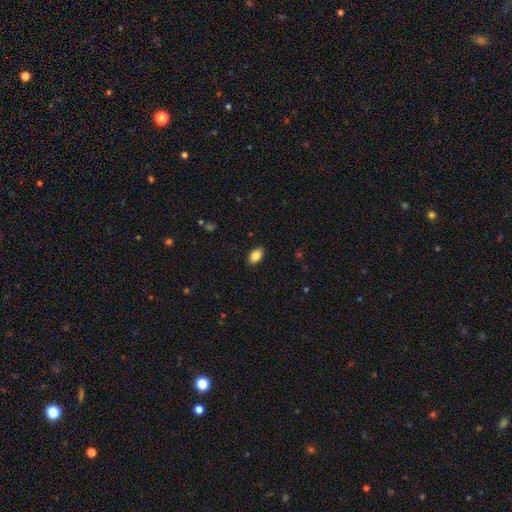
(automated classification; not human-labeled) A smooth galaxy with no disk features (85%) that is in between round and cigar-shaped (92%).

Vote fractions:
- Smooth or featured? smooth: 85% / featured or disk: 8% / star or artifact: 8%
- How rounded? in between: 92% / round: 7% / cigar-shaped: 1%
- Merging? none: 89% / minor disturbance: 8% / major disturbance: 2% / merger: 1%